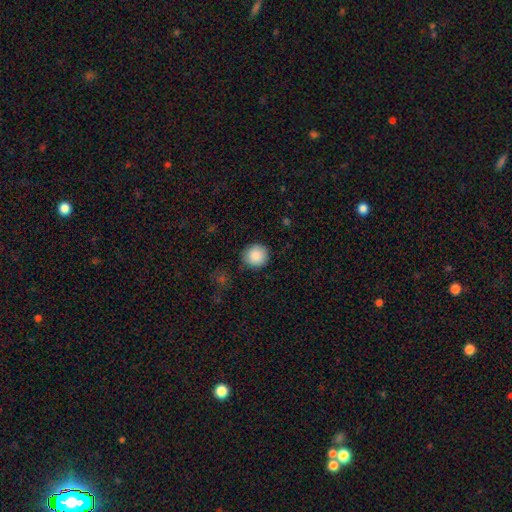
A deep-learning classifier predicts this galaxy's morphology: A smooth galaxy with no disk features (89%) that is round (93%). Merging: none (87%).